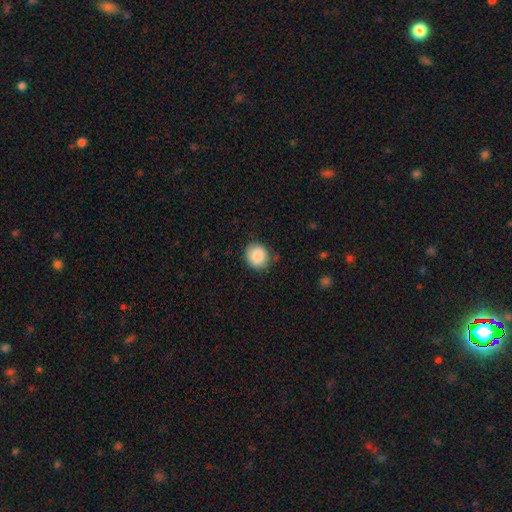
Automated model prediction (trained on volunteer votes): Smooth or featured? Predicted: smooth (p=0.87). How rounded? Predicted: round (p=0.77). Merging? Predicted: none (p=0.81).